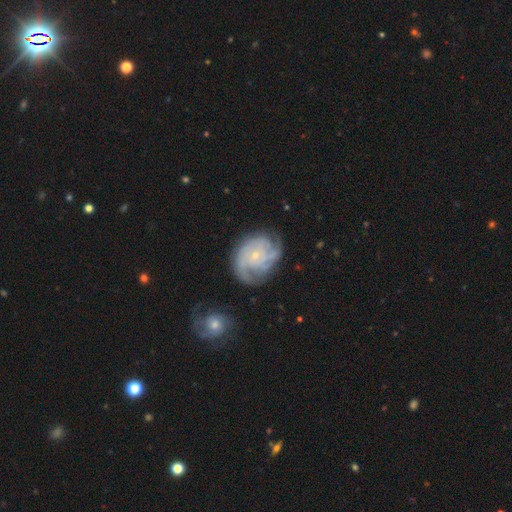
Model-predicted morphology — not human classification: smooth-or-featured: featured or disk: 83% | smooth: 11% | star or artifact: 6%
  disk-edge-on: no: 98% | yes: 2%
    bar: no: 78% | weak: 19% | strong: 3%
    has-spiral-arms: yes: 95% | no: 5%
      spiral-winding: tight: 60% | medium: 31% | loose: 9%
      spiral-arm-count: can't tell: 27% | 3: 26% | 4: 20% | 2: 13% | more than 4: 8% | 1: 7%
    bulge-size: small: 83% | moderate: 13% | none: 2% | large: 1% | dominant: 1%
  merging: none: 65% | minor disturbance: 22% | major disturbance: 10% | merger: 3%